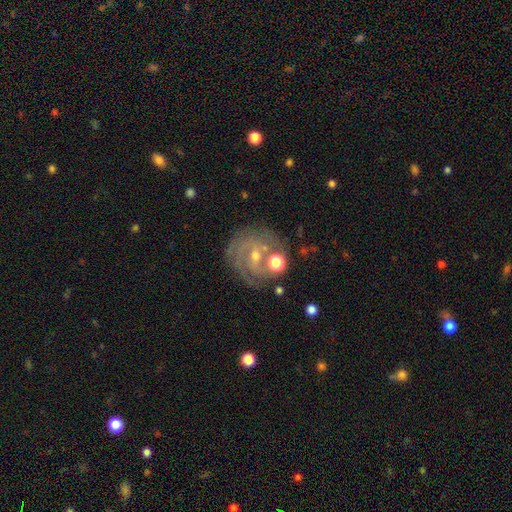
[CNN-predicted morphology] Smooth or featured? featured or disk (78%)
Edge-on disk? no (97%)
Bar? no (46%)
Spiral arms? yes (91%)
Spiral winding? tight (62%)
Spiral arm count? 2 (34%)
Bulge size? small (58%)
Merging? none (69%)